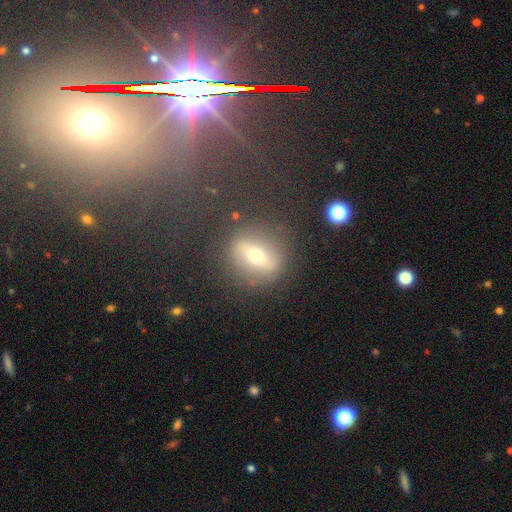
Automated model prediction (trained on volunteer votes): Morphology: type=featured or disk (42%); merging=none (85%).